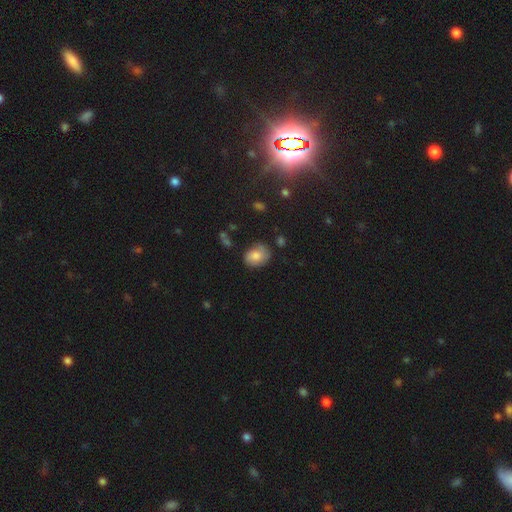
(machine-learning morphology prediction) This appears to be a smooth galaxy with no disk features (72%) that is in between round and cigar-shaped (54%). Merging: none (63%).